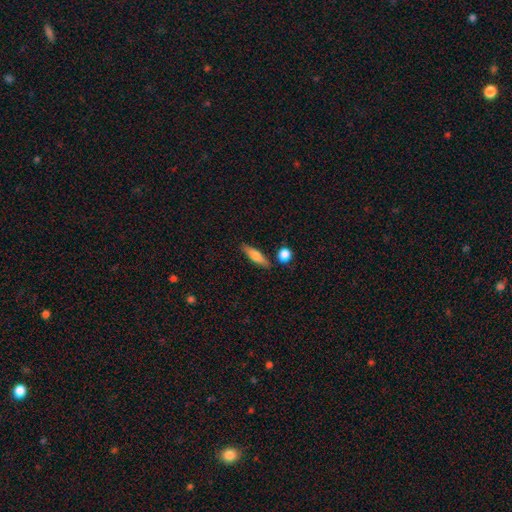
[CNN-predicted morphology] A smooth galaxy with no disk features (65%) that is cigar-shaped (64%).

Vote fractions:
- Smooth or featured? smooth: 65% / featured or disk: 29% / star or artifact: 7%
- How rounded? cigar-shaped: 64% / in between: 33% / round: 3%
- Merging? none: 81% / minor disturbance: 11% / merger: 5% / major disturbance: 3%